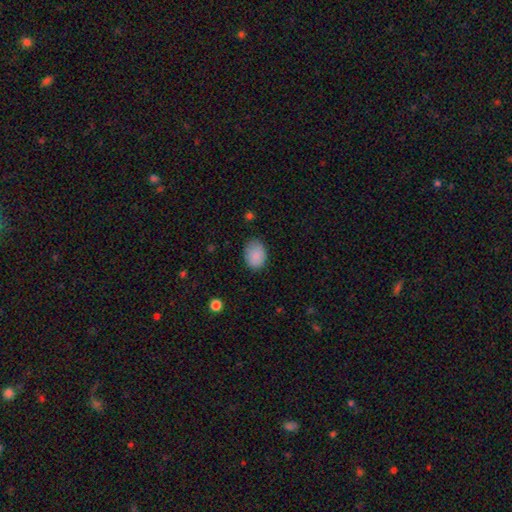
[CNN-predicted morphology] Overall: smooth (88%). How rounded: in between (73%). Merging: none (77%).